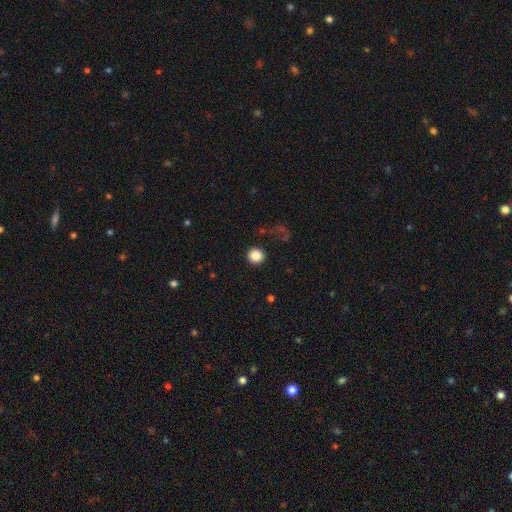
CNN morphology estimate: This appears to be a smooth galaxy with no disk features (86%) that is round (94%). Merging: none (90%).